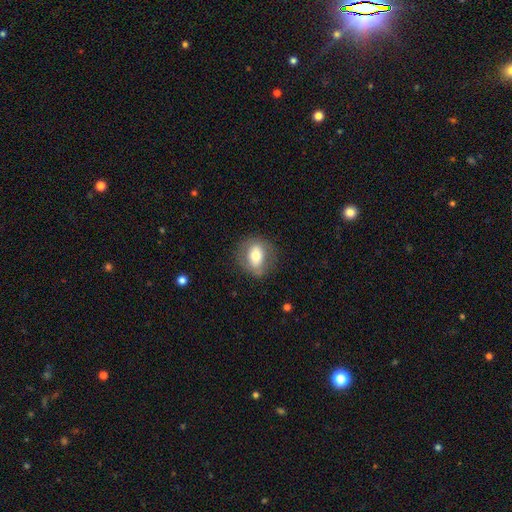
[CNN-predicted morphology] smooth 63%, featured or disk 29%, star or artifact 8%. Down the decision tree: how rounded — in between (56%); merging — none (77%).